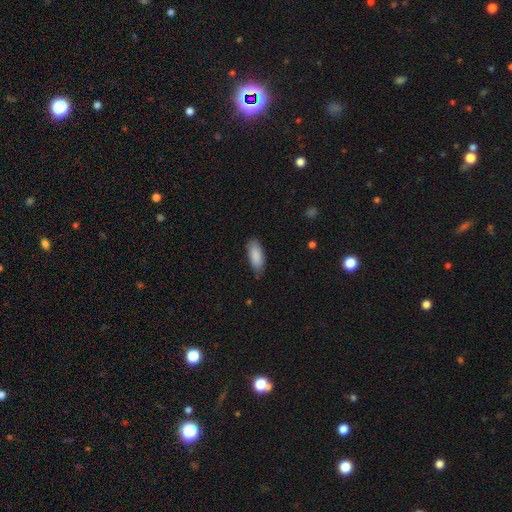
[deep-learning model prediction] Smooth or featured? smooth (88%)
How rounded? in between (79%)
Merging? none (75%)